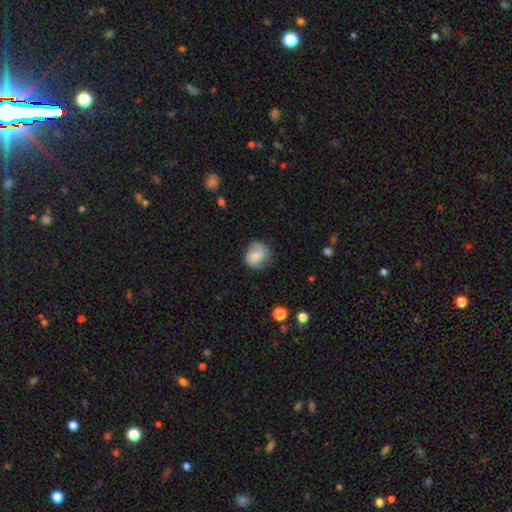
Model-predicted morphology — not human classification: Smooth or featured: smooth — 66% (featured or disk — 25%)
How rounded: round — 74% (in between — 25%)
Merging: none — 62% (minor disturbance — 26%)